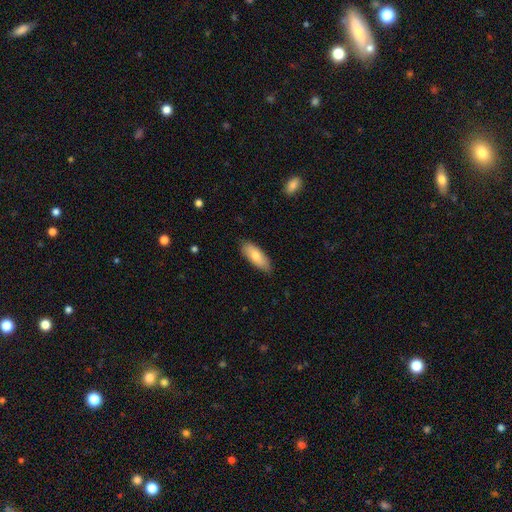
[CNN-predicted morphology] smooth_or_featured: smooth (p=0.78) [alt: featured or disk p=0.16]
how_rounded: in between (p=0.74) [alt: cigar-shaped p=0.24]
merging: none (p=0.86) [alt: minor disturbance p=0.11]